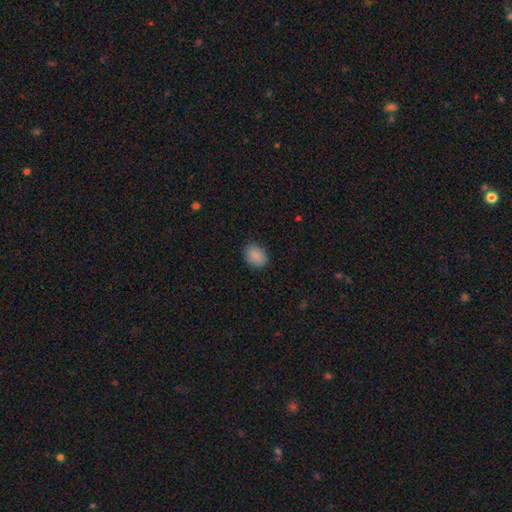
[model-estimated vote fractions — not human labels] Morphology: type=smooth (89%); roundness=in between (69%); merging=none (84%).